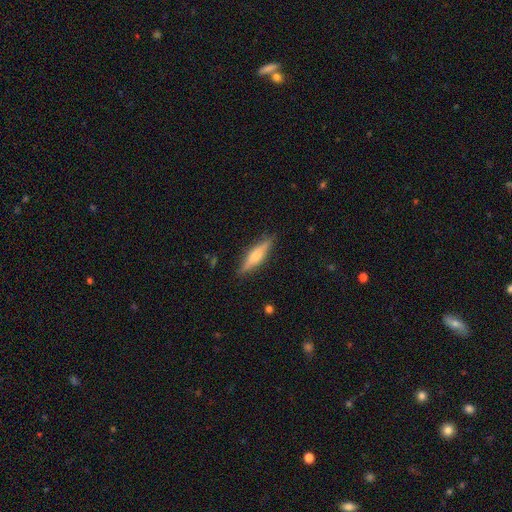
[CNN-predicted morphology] The model was most divided on "smooth or featured" (2-way tie): featured or disk: 47%, smooth: 47%, star or artifact: 7%. More confident: merging — none (86%).